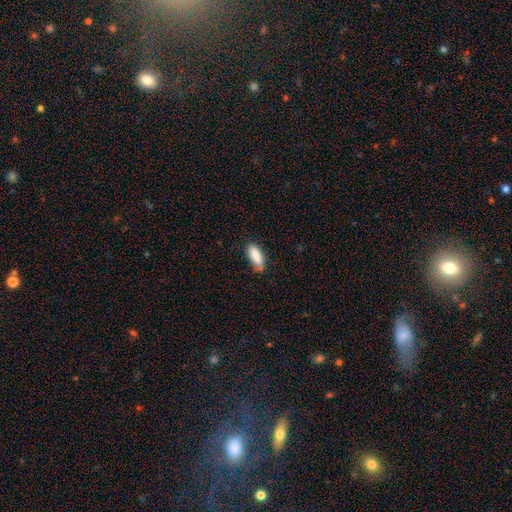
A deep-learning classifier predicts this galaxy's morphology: smooth_or_featured: smooth (p=0.87) [alt: star or artifact p=0.07]
how_rounded: in between (p=0.79) [alt: cigar-shaped p=0.19]
merging: none (p=0.70) [alt: minor disturbance p=0.24]